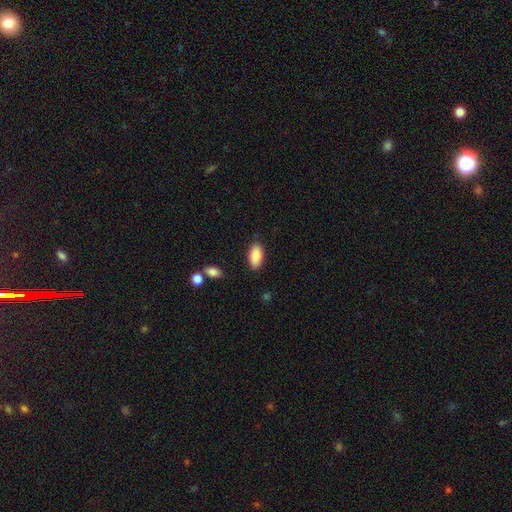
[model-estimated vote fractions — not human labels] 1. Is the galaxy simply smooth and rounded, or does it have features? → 88% smooth, 7% star or artifact, 5% featured or disk.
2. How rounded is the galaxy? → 90% in between, 7% cigar-shaped, 3% round.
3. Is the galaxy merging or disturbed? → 85% none, 10% minor disturbance, 3% major disturbance, 2% merger.